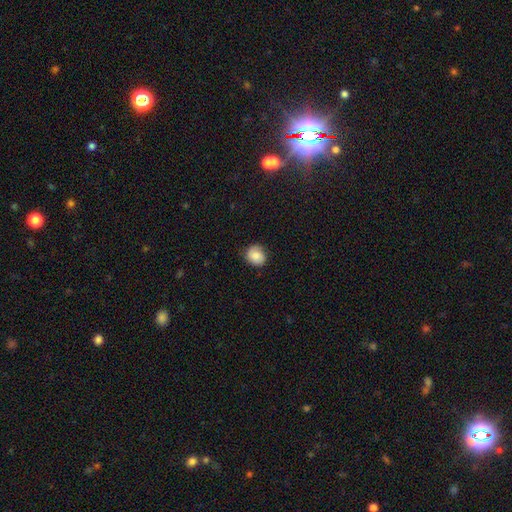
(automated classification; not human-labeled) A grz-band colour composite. It shows a smooth galaxy with no disk features (79%) that is round (72%). Merging: none (79%).